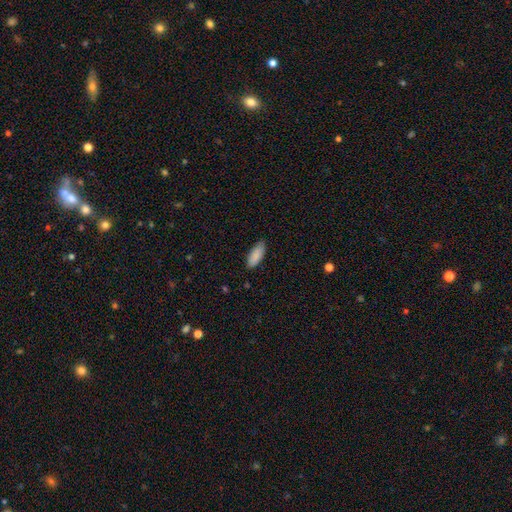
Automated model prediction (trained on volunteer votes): smooth-or-featured: smooth: 89% | star or artifact: 6% | featured or disk: 5%
  how-rounded: in between: 79% | cigar-shaped: 19% | round: 2%
  merging: none: 82% | minor disturbance: 15% | major disturbance: 2% | merger: 1%